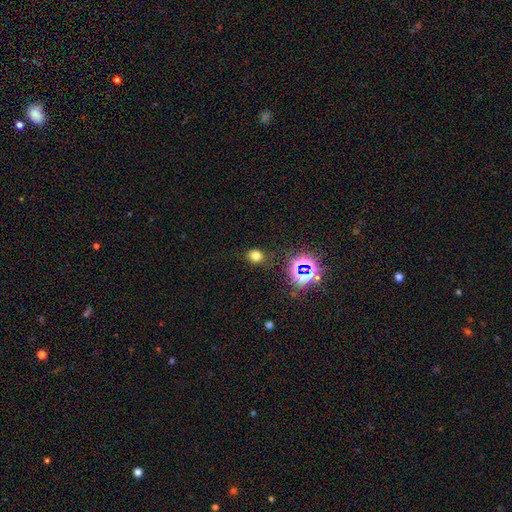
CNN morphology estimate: Smooth or featured? Predicted: smooth (p=0.70). How rounded? Predicted: round (p=0.67). Merging? Predicted: none (p=0.83).